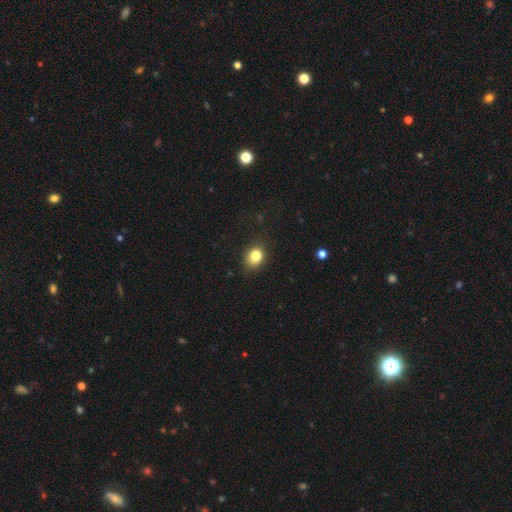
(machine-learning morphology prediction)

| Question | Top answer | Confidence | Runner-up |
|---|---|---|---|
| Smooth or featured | smooth | 82% | star or artifact (11%) |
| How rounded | round | 51% | in between (48%) |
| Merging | none | 78% | minor disturbance (17%) |